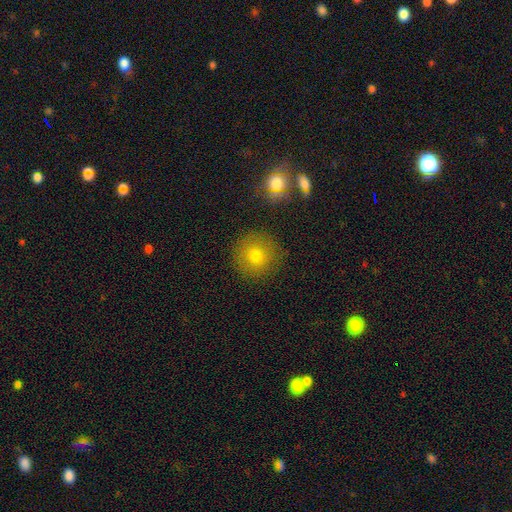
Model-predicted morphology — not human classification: This appears to be a smooth galaxy with no disk features (74%) that is round (94%). Merging: none (87%).